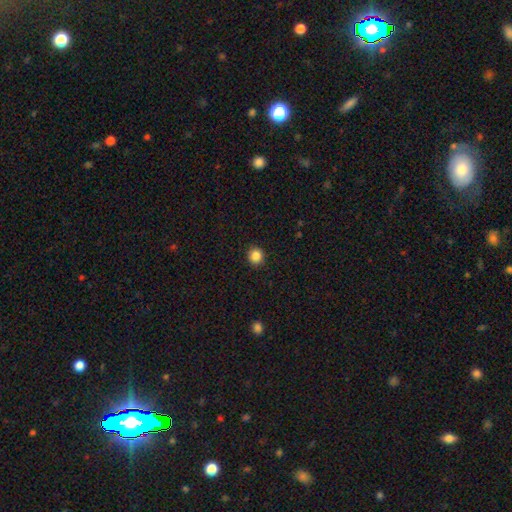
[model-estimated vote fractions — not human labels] Smooth or featured? smooth (86%)
How rounded? round (90%)
Merging? none (92%)